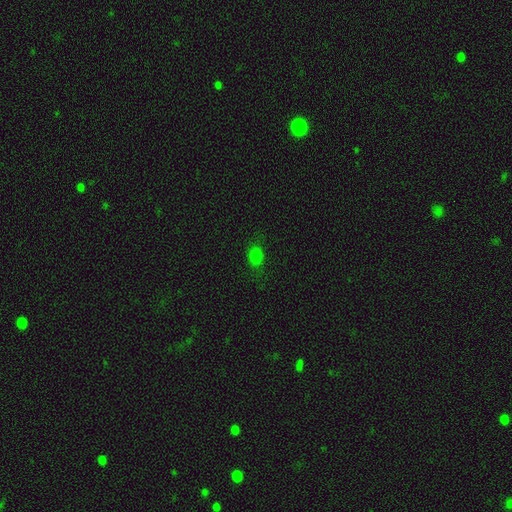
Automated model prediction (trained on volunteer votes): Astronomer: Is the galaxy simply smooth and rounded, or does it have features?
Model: smooth — 81%.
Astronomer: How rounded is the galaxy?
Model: in between — 77%.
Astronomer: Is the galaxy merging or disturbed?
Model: none — 81%.